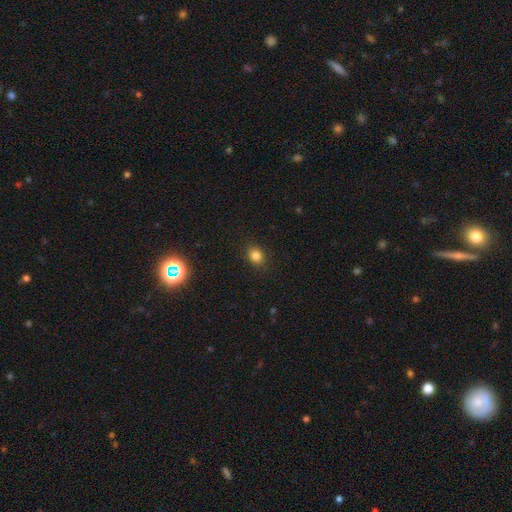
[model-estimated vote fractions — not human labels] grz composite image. It shows a smooth galaxy with no disk features (83%) that is round (63%). Merging: none (88%).